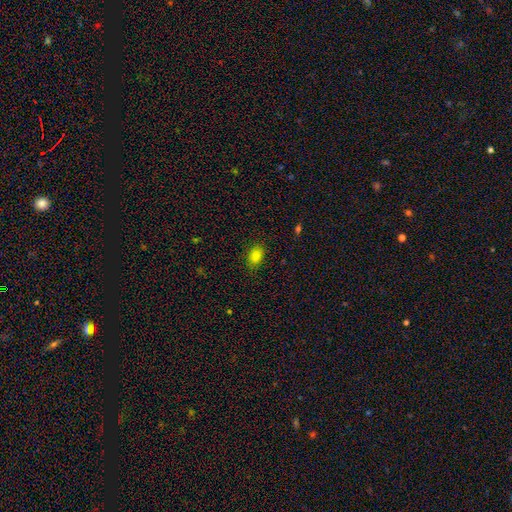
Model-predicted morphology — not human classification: type=smooth (84%); roundness=in between (84%); merging=none (83%).